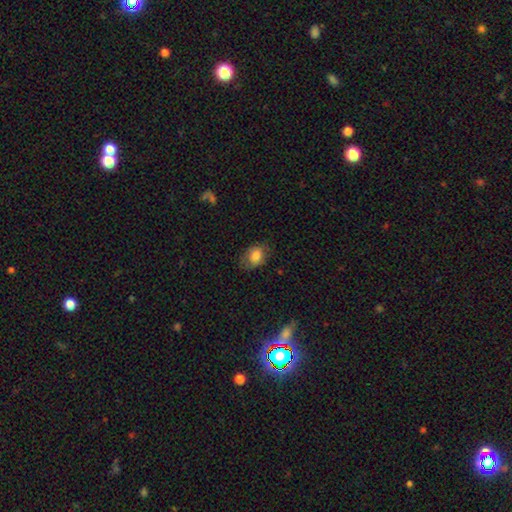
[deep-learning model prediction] Smooth or featured: smooth — 81% (featured or disk — 10%)
How rounded: in between — 70% (round — 28%)
Merging: none — 70% (minor disturbance — 22%)